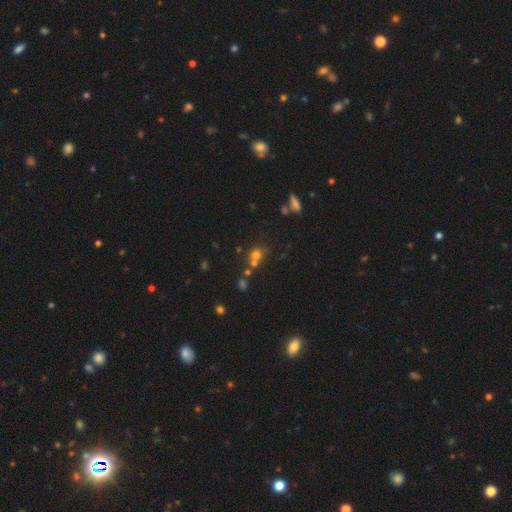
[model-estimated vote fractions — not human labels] Smooth or featured? Predicted: smooth (p=0.63). How rounded? Predicted: round (p=0.82). Merging? Predicted: none (p=0.49).